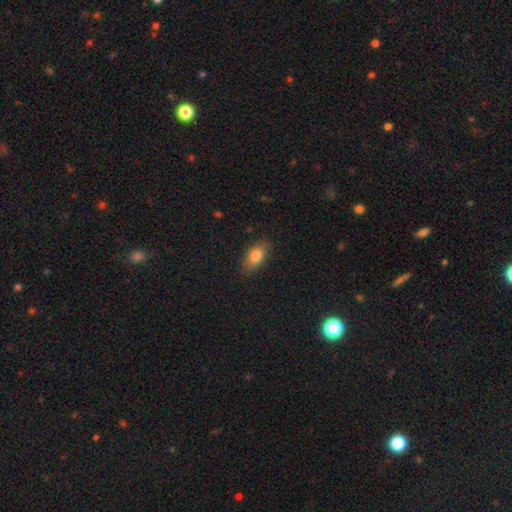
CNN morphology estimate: A smooth galaxy with no disk features (81%) that is in between round and cigar-shaped (88%). Merging: none (85%).